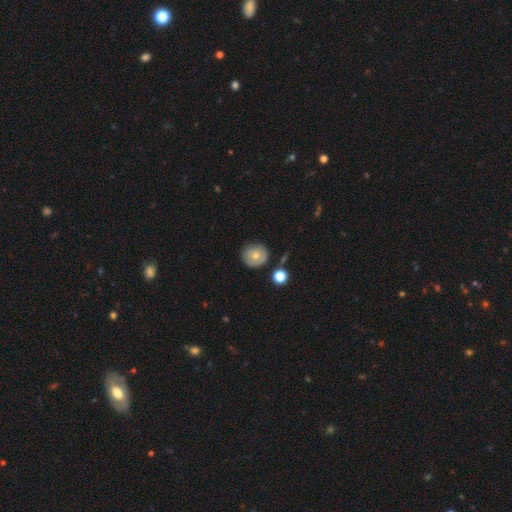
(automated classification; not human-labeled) The model was most divided on "smooth or featured": smooth: 68%, featured or disk: 23%, star or artifact: 9%. More confident: how rounded — round (92%); merging — none (80%).